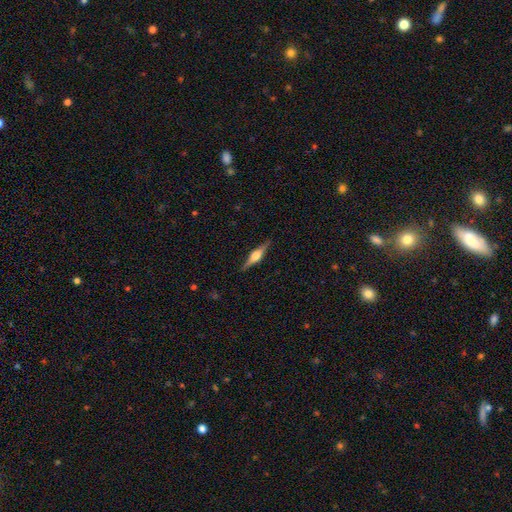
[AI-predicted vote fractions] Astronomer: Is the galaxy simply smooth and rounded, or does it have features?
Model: featured or disk — 73%.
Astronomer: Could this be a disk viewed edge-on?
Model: yes — 98%.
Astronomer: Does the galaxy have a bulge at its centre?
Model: rounded — 88%.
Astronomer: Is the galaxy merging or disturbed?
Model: none — 89%.